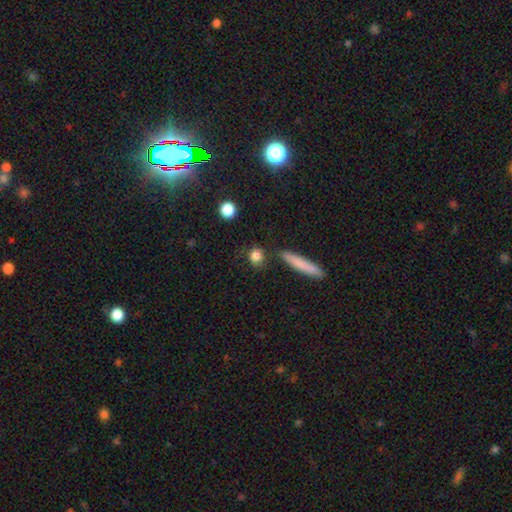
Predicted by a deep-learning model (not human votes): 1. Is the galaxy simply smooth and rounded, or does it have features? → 84% smooth, 9% star or artifact, 7% featured or disk.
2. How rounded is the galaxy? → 71% round, 22% in between, 7% cigar-shaped.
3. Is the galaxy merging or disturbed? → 78% none, 12% minor disturbance, 6% merger, 4% major disturbance.